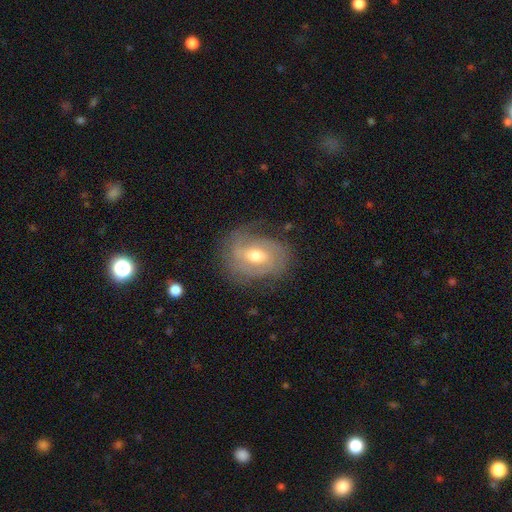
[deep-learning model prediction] A featured or disk galaxy (80%) with a weak bar (49%), 2 (50%) tight (55%) spiral arms (91%) and a moderate central bulge (72%).

Vote fractions:
- Smooth or featured? featured or disk: 80% / smooth: 14% / star or artifact: 6%
- Edge-on disk? no: 97% / yes: 3%
- Bar? weak: 49% / no: 34% / strong: 17%
- Spiral arms? yes: 91% / no: 9%
- Spiral winding? tight: 55% / medium: 35% / loose: 10%
- Spiral arm count? 2: 50% / can't tell: 23% / 3: 15% / 1: 5% / 4: 4% / more than 4: 3%
- Bulge size? moderate: 72% / small: 20% / large: 6% / none: 1% / dominant: 1%
- Merging? none: 72% / minor disturbance: 19% / major disturbance: 8% / merger: 1%